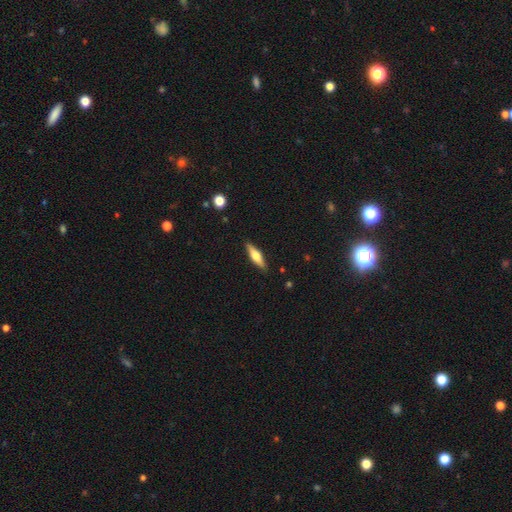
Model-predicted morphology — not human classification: featured or disk 47% (tied), smooth 47% (tied), star or artifact 6%. Down the decision tree: merging — none (89%).